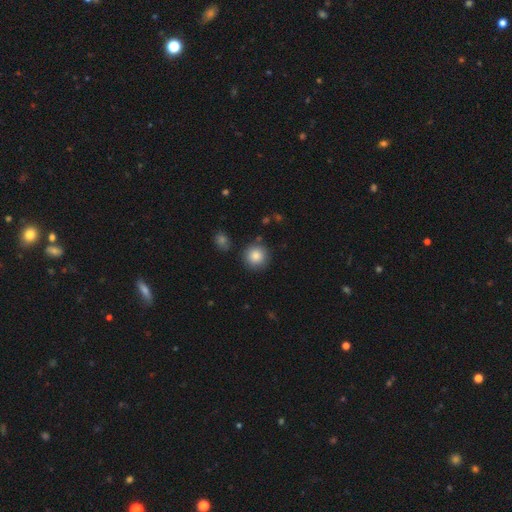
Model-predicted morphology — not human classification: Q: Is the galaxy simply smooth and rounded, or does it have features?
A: smooth — 85%.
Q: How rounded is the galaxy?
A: round — 93%.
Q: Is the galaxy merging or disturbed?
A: none — 86%.